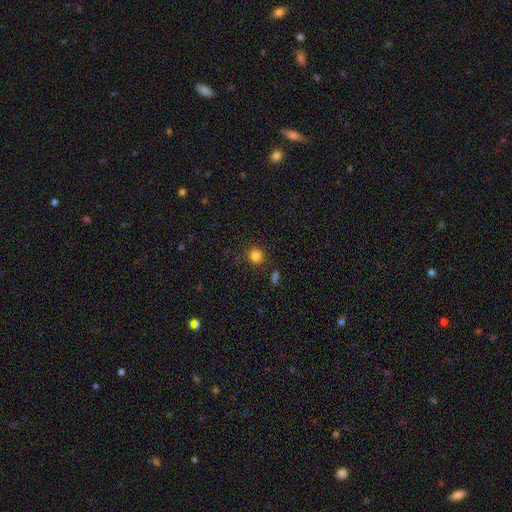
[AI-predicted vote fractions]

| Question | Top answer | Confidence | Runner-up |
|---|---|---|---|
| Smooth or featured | smooth | 83% | star or artifact (13%) |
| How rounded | round | 90% | in between (9%) |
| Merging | none | 85% | minor disturbance (8%) |